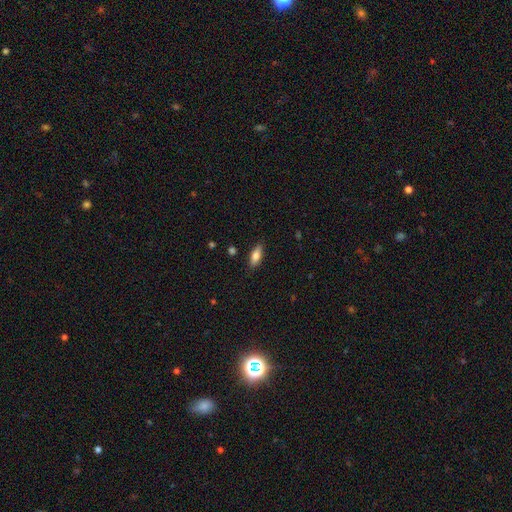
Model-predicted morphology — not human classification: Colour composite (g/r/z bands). It shows a smooth galaxy with no disk features (78%) that is in between round and cigar-shaped (74%). Merging: none (85%).